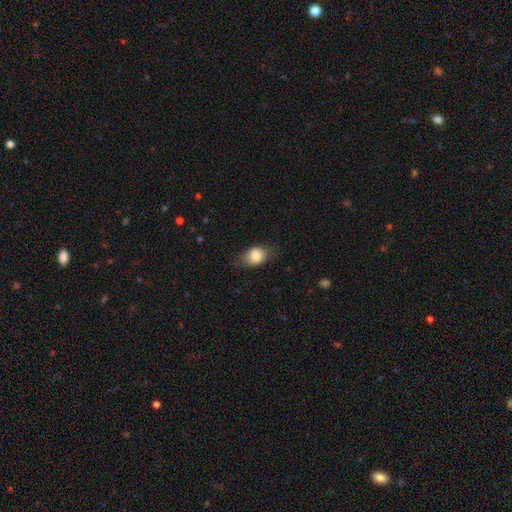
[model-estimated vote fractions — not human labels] A smooth galaxy with no disk features (80%) that is in between round and cigar-shaped (69%).

Vote fractions:
- Smooth or featured? smooth: 80% / featured or disk: 12% / star or artifact: 8%
- How rounded? in between: 69% / round: 29% / cigar-shaped: 2%
- Merging? none: 70% / minor disturbance: 22% / major disturbance: 7% / merger: 1%